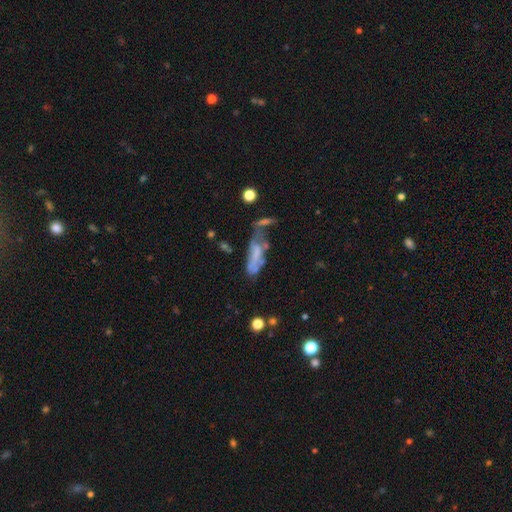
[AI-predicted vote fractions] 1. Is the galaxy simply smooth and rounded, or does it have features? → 47% featured or disk, 40% smooth, 13% star or artifact.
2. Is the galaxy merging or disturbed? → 30% major disturbance, 27% merger, 22% none, 20% minor disturbance.